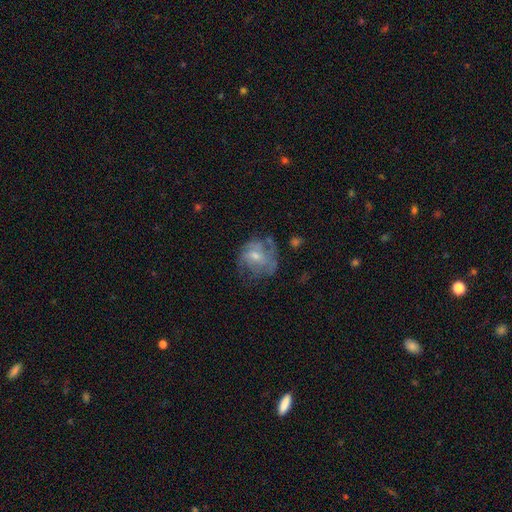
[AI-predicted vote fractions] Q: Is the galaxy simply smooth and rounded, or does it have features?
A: featured or disk — 67%.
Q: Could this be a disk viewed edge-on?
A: no — 97%.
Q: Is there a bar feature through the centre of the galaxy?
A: no — 55%.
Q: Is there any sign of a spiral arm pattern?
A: yes — 76%.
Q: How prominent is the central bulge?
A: small — 50%.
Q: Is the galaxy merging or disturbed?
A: none — 56%.